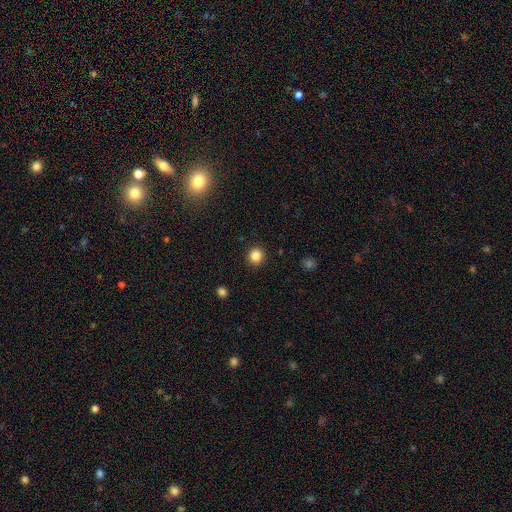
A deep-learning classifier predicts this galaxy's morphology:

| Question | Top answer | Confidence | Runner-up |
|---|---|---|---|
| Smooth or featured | smooth | 85% | star or artifact (11%) |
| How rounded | round | 89% | in between (10%) |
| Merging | none | 92% | minor disturbance (5%) |